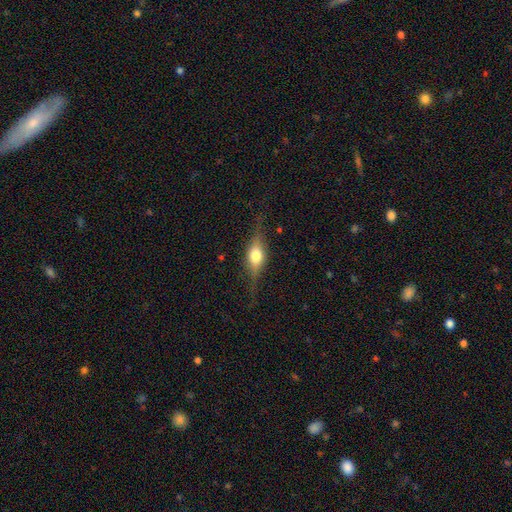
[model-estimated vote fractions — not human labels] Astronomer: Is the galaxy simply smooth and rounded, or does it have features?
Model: featured or disk — 59%.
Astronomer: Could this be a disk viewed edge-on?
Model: yes — 94%.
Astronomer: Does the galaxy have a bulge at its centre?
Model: rounded — 93%.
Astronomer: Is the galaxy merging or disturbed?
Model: none — 79%.